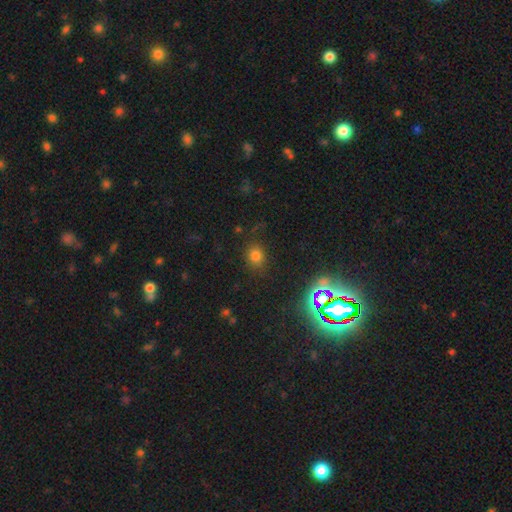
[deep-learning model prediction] Overall: smooth (72%). How rounded: round (65%; in between 34%). Merging: none (81%).